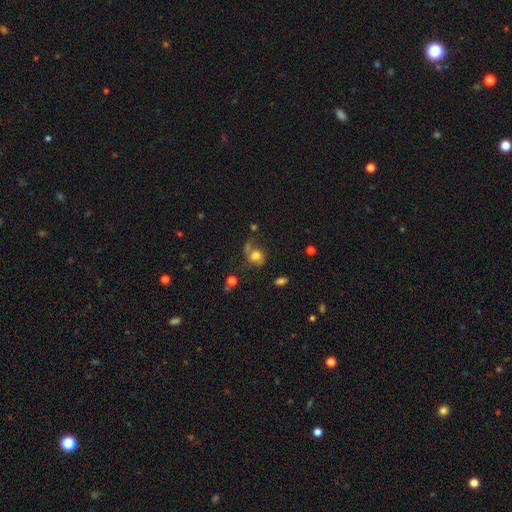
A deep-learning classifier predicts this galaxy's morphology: Overall: smooth (65%). How rounded: round (54%; in between 44%). Merging: none (39%; minor disturbance 21%).